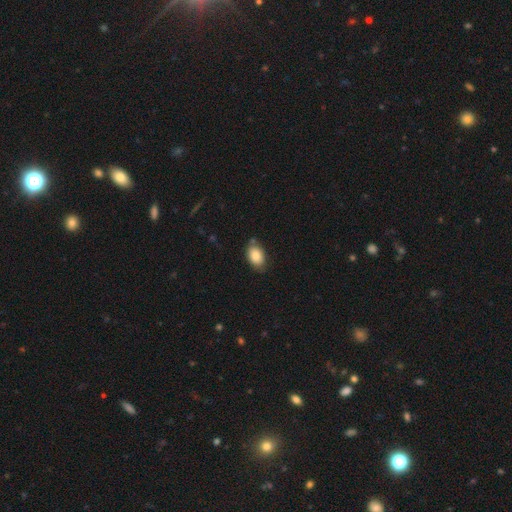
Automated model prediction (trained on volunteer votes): The model was most divided on "merging": none: 73%, minor disturbance: 19%, merger: 4%, major disturbance: 4%. More confident: how rounded — in between (87%); smooth or featured — smooth (85%).